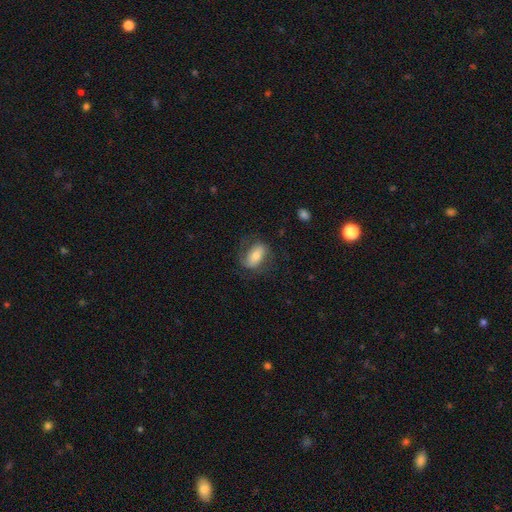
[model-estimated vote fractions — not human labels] Q: Smooth or featured?
A: smooth (55%); runner-up: featured or disk (38%)
Q: How rounded?
A: in between (85%); runner-up: round (10%)
Q: Merging?
A: none (67%); runner-up: minor disturbance (19%)